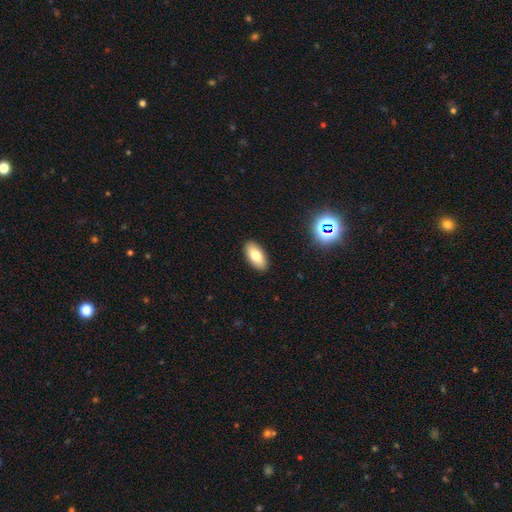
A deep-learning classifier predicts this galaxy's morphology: smooth_or_featured: smooth (p=0.78) [alt: featured or disk p=0.14]
how_rounded: in between (p=0.92) [alt: cigar-shaped p=0.05]
merging: none (p=0.90) [alt: minor disturbance p=0.07]